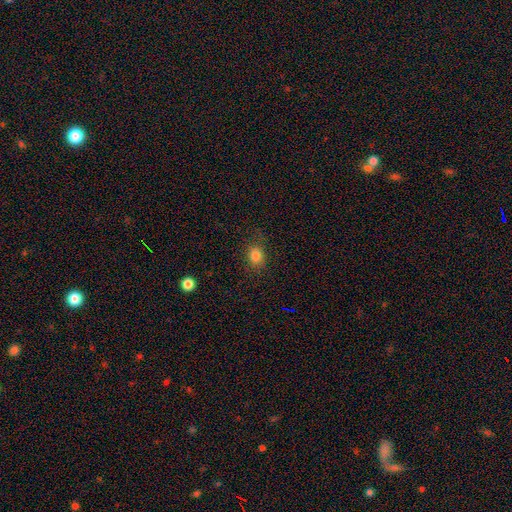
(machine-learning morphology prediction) Smooth or featured: smooth — 82% (star or artifact — 12%)
How rounded: round — 55% (in between — 43%)
Merging: none — 80% (minor disturbance — 14%)